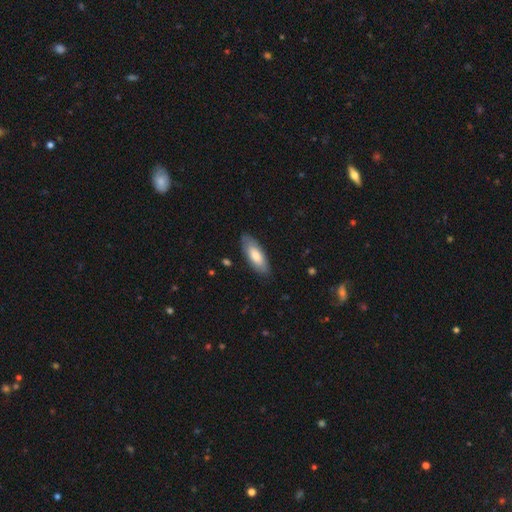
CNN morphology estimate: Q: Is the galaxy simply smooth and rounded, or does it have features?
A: smooth — 74%.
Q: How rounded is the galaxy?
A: in between — 76%.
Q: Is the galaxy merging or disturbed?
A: none — 83%.